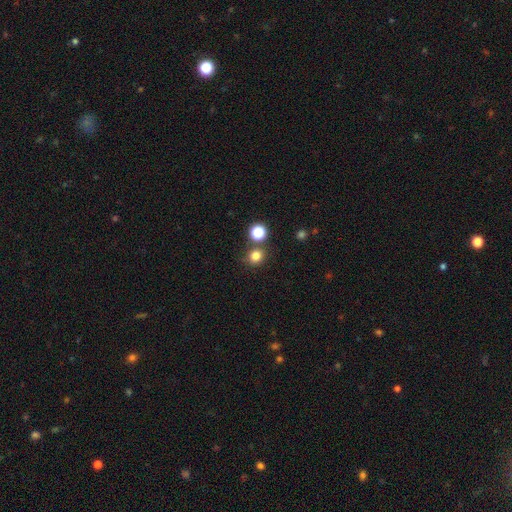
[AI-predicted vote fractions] A smooth galaxy with no disk features (79%) that is round (83%).

Vote fractions:
- Smooth or featured? smooth: 79% / star or artifact: 16% / featured or disk: 5%
- How rounded? round: 83% / in between: 16% / cigar-shaped: 1%
- Merging? none: 75% / merger: 12% / minor disturbance: 10% / major disturbance: 3%